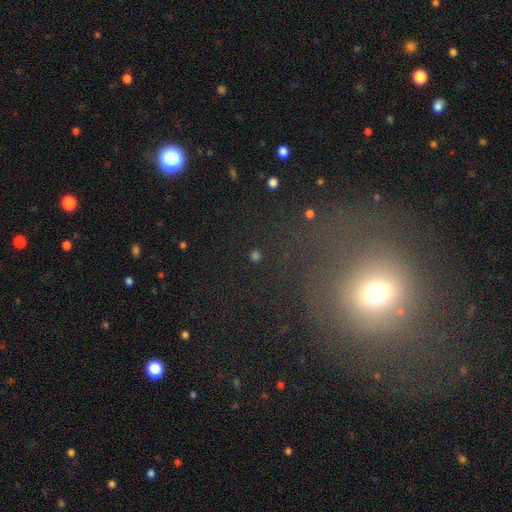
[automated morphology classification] The model was most divided on "smooth or featured": star or artifact: 46%, smooth: 44%, featured or disk: 10%.